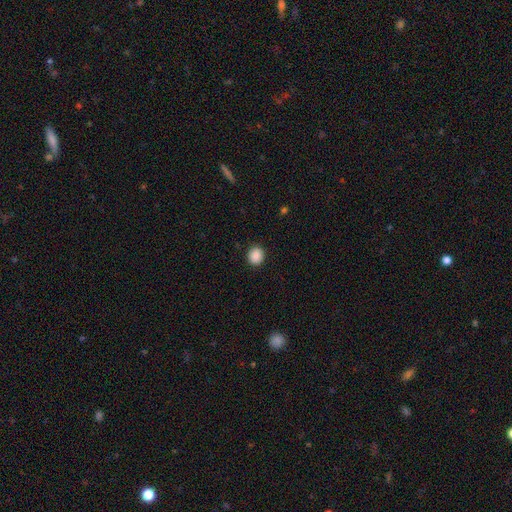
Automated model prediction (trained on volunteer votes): A smooth galaxy with no disk features (89%) that is round (76%).

Vote fractions:
- Smooth or featured? smooth: 89% / star or artifact: 9% / featured or disk: 2%
- How rounded? round: 76% / in between: 23% / cigar-shaped: 1%
- Merging? none: 91% / minor disturbance: 6% / major disturbance: 2% / merger: 1%